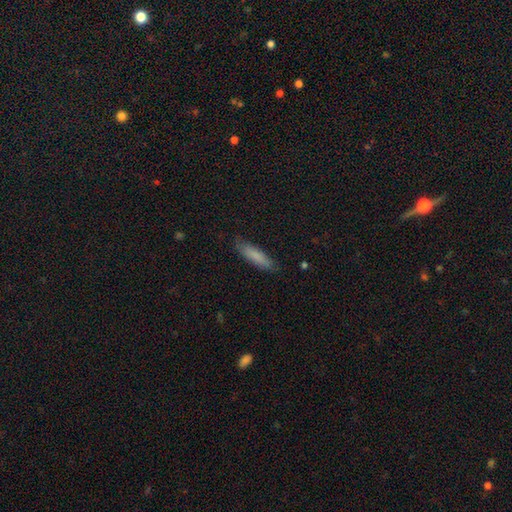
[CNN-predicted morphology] Smooth or featured? Predicted: smooth (p=0.82). How rounded? Predicted: cigar-shaped (p=0.69). Merging? Predicted: none (p=0.81).